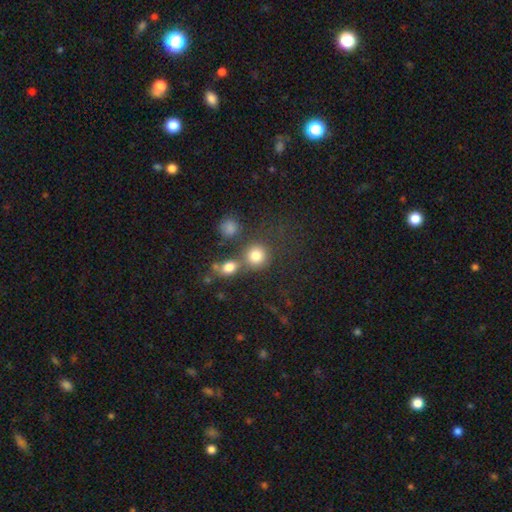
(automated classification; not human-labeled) This is clearly a smooth galaxy (81%). How rounded: clearly round (87%). Merging: possibly none (57%).